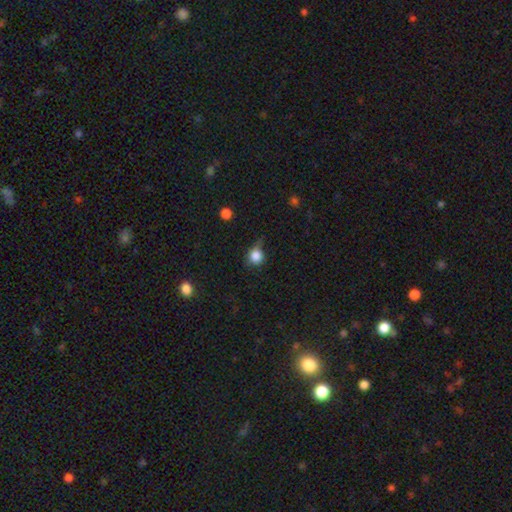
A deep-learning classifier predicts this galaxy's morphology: smooth 81%, star or artifact 11%, featured or disk 8%. Down the decision tree: how rounded — round (86%); merging — none (50%).